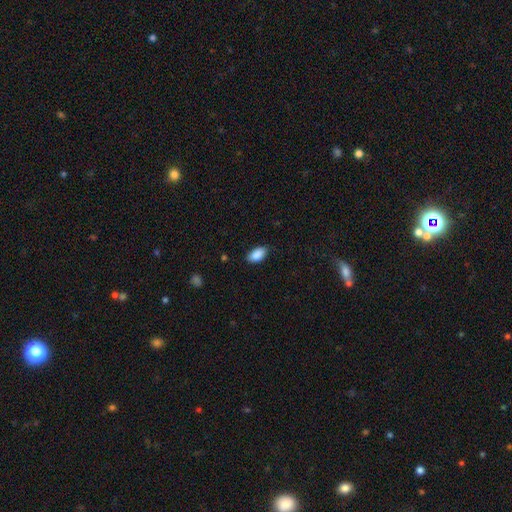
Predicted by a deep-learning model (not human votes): smooth 89%, star or artifact 7%, featured or disk 4%. Down the decision tree: how rounded — in between (94%); merging — none (83%).